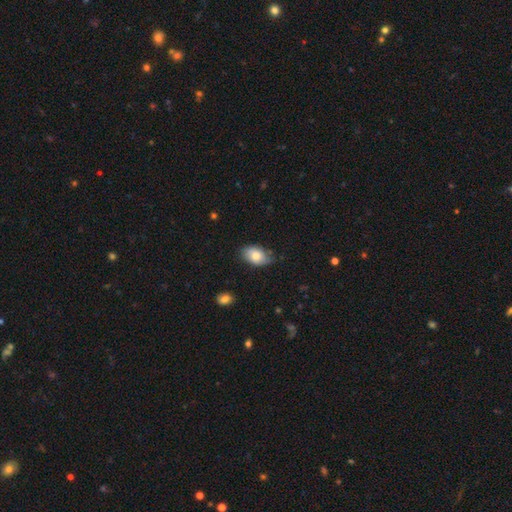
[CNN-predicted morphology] Smooth or featured? Predicted: smooth (p=0.80). How rounded? Predicted: in between (p=0.91). Merging? Predicted: none (p=0.72).